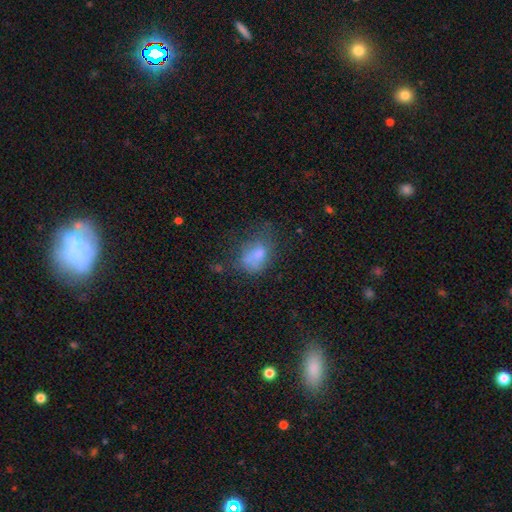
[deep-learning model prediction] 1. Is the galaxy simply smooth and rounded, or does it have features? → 65% smooth, 22% featured or disk, 12% star or artifact.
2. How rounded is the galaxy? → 73% in between, 26% round, 2% cigar-shaped.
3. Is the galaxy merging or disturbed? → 35% none, 28% major disturbance, 28% minor disturbance, 9% merger.